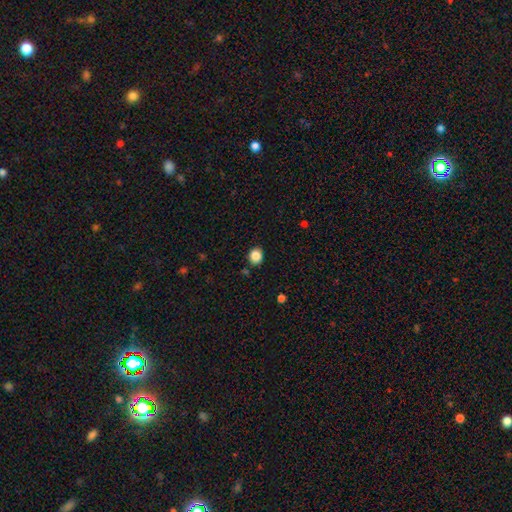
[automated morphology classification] Smooth or featured: smooth — 86% (star or artifact — 10%)
How rounded: round — 78% (in between — 21%)
Merging: none — 88% (minor disturbance — 8%)